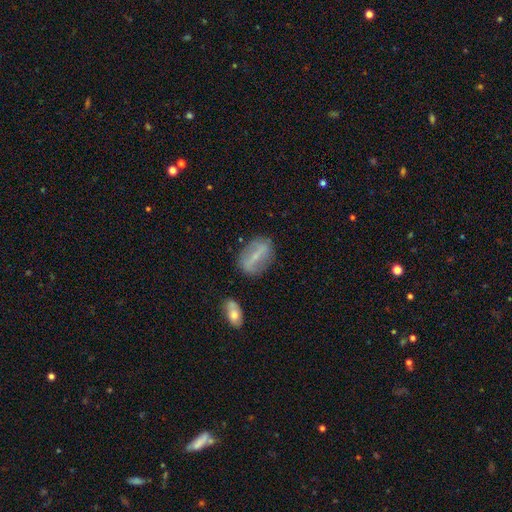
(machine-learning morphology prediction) type=featured or disk (56%); edge-on=no (84%); merging=none (77%).